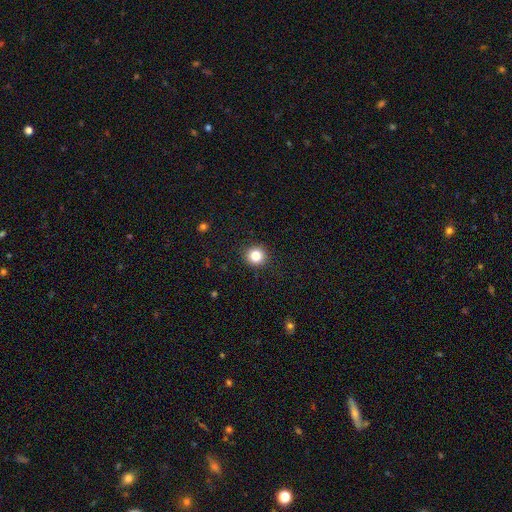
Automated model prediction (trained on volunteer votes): The model was most divided on "smooth or featured": smooth: 83%, star or artifact: 11%, featured or disk: 5%. More confident: how rounded — round (93%); merging — none (92%).